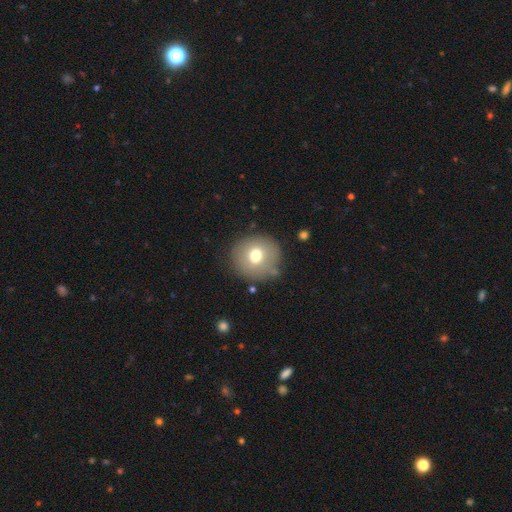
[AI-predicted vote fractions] Smooth or featured? Predicted: smooth (p=0.71). How rounded? Predicted: round (p=0.91). Merging? Predicted: none (p=0.81).